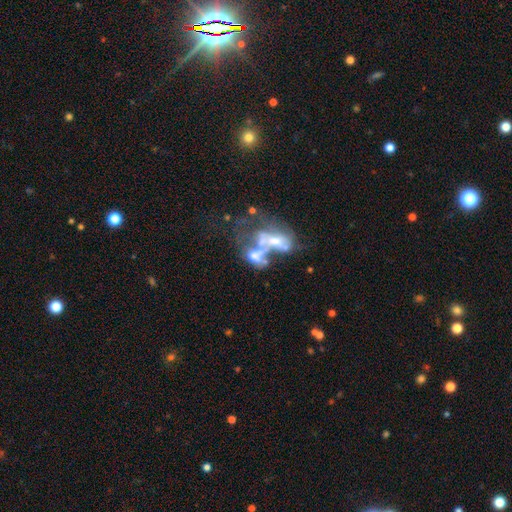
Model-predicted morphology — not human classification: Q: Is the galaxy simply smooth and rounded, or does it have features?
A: featured or disk — 59%.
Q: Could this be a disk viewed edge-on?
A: no — 97%.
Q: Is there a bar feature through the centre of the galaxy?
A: no — 85%.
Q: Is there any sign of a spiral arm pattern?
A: no — 89%.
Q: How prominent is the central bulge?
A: none — 41%.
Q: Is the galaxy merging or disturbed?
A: merger — 58%.